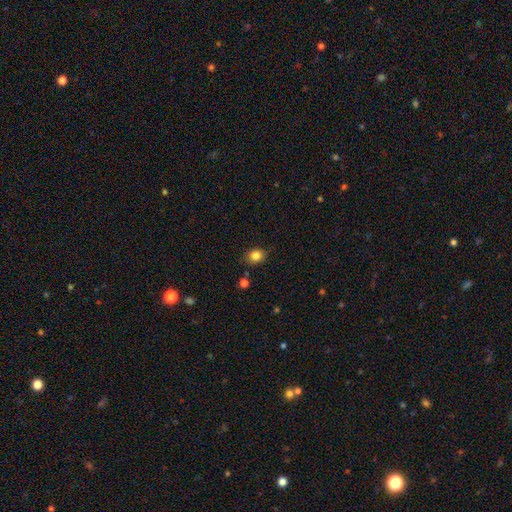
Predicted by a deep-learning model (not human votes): Smooth or featured?
  - smooth: 83% *
  - star or artifact: 11%
  - featured or disk: 6%
How rounded?
  - round: 55% *
  - in between: 44%
  - cigar-shaped: 1%
Merging?
  - none: 80% *
  - minor disturbance: 15%
  - major disturbance: 3%
  - merger: 2%